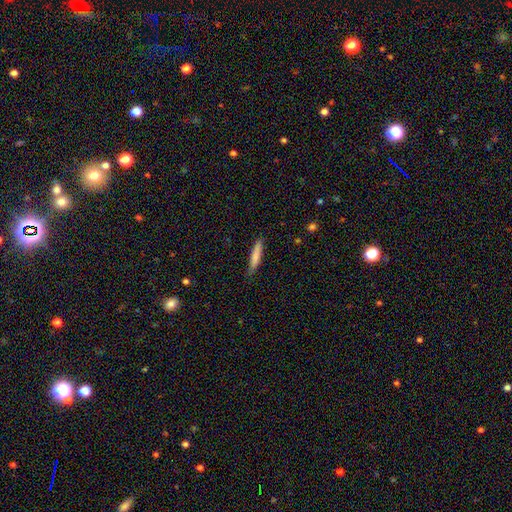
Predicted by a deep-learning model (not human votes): smooth_or_featured: smooth (p=0.78) [alt: featured or disk p=0.16]
how_rounded: cigar-shaped (p=0.90) [alt: in between p=0.08]
merging: none (p=0.81) [alt: minor disturbance p=0.15]